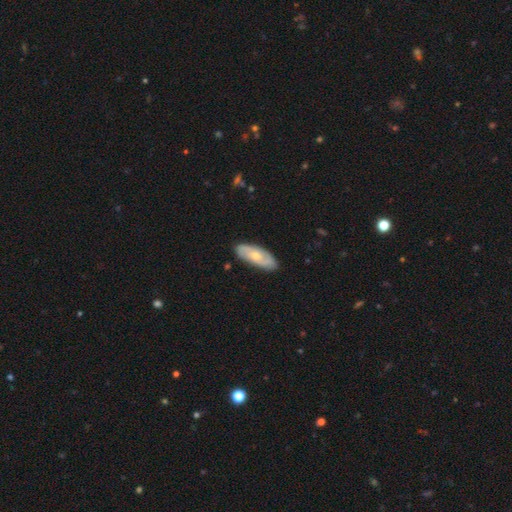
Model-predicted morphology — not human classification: A featured or disk galaxy (52%). Merging: none (85%).